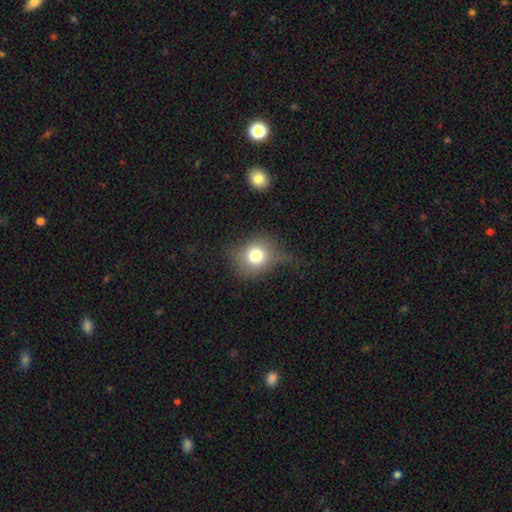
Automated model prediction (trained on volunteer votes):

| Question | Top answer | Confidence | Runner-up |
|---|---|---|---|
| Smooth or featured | smooth | 72% | featured or disk (16%) |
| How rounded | round | 76% | in between (23%) |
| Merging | none | 49% | minor disturbance (30%) |